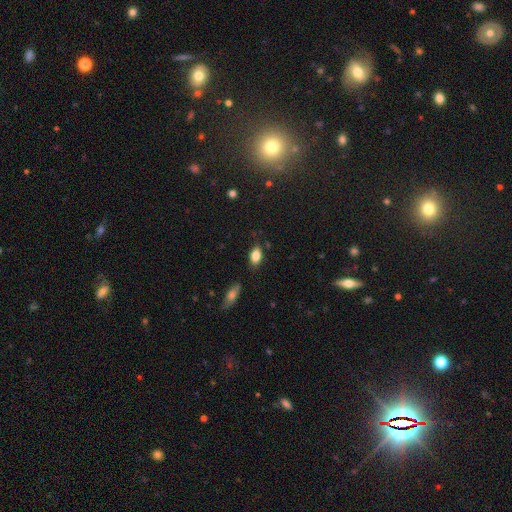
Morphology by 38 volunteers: type=smooth (84%); roundness=in between (72%); merging=none (82%).